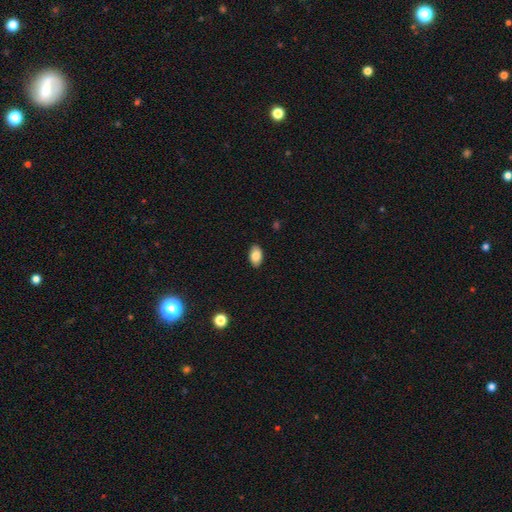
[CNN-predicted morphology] Q: Smooth or featured?
A: smooth (86%); runner-up: star or artifact (7%)
Q: How rounded?
A: in between (93%); runner-up: round (5%)
Q: Merging?
A: none (89%); runner-up: minor disturbance (8%)